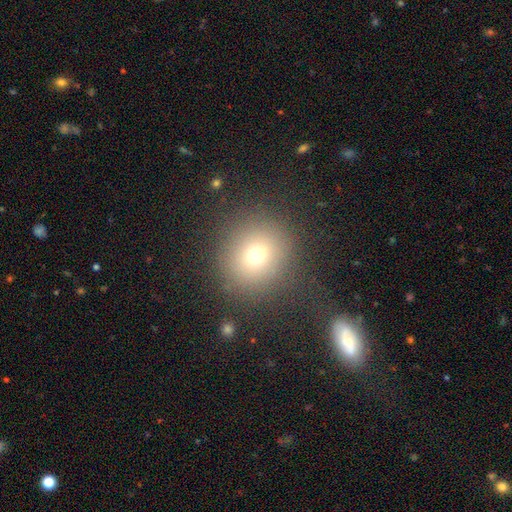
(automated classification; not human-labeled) Smooth or featured: smooth — 71% (star or artifact — 17%)
How rounded: round — 89% (in between — 10%)
Merging: none — 83% (minor disturbance — 9%)